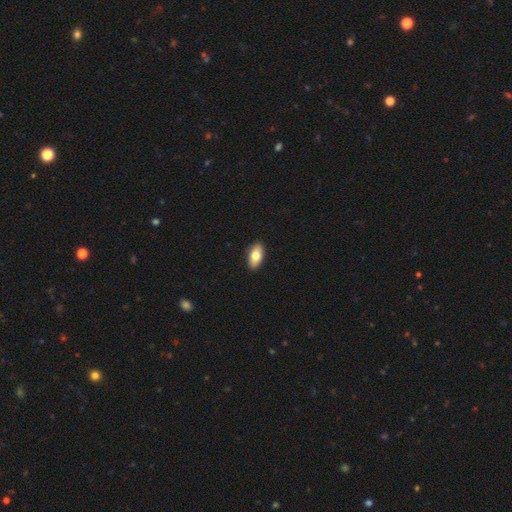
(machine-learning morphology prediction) This appears to be a smooth galaxy with no disk features (78%) that is in between round and cigar-shaped (92%). Merging: none (91%).